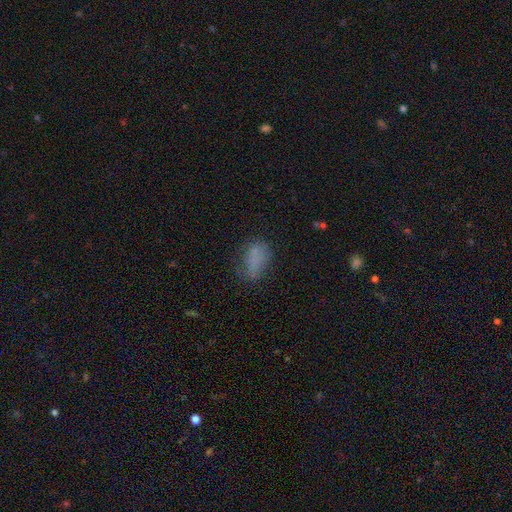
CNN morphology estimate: This appears to be a smooth galaxy with no disk features (72%) that is in between round and cigar-shaped (87%). Merging: none (53%).